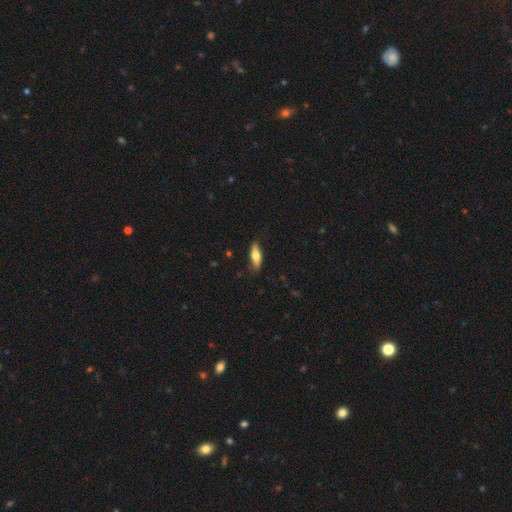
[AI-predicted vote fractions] Smooth or featured? smooth (65%)
How rounded? in between (51%)
Merging? none (80%)